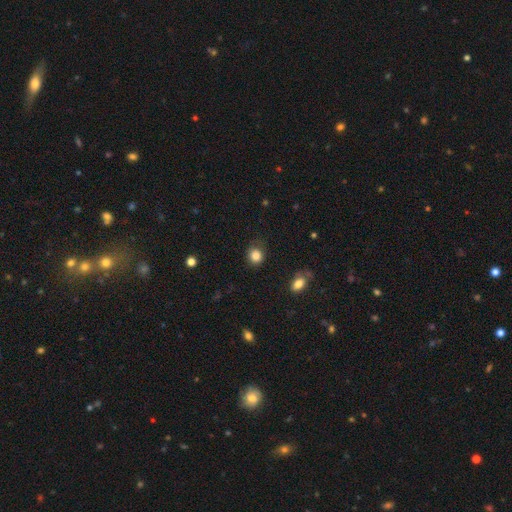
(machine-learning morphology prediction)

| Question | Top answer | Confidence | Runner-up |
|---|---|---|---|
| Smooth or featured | smooth | 85% | star or artifact (11%) |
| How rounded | round | 81% | in between (18%) |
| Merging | none | 79% | minor disturbance (15%) |